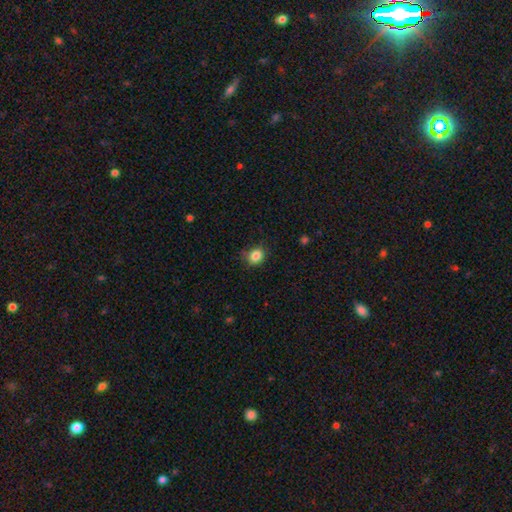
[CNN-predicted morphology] This is clearly a smooth galaxy (85%). How rounded: possibly round (57%). Merging: likely none (76%).